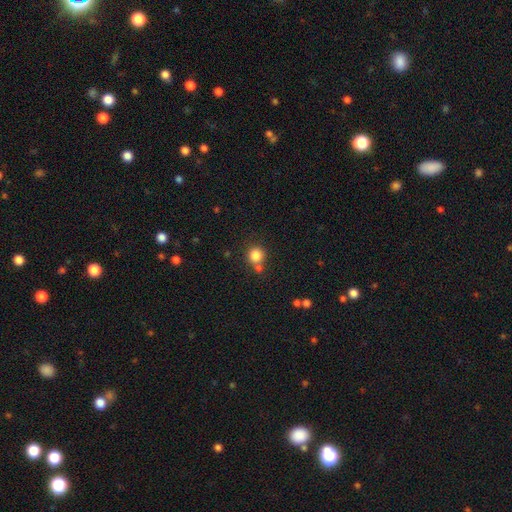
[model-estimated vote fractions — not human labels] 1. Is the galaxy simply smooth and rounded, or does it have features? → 84% smooth, 11% star or artifact, 5% featured or disk.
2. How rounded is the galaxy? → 91% round, 8% in between, 1% cigar-shaped.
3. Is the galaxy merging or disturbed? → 69% none, 19% merger, 9% minor disturbance, 3% major disturbance.